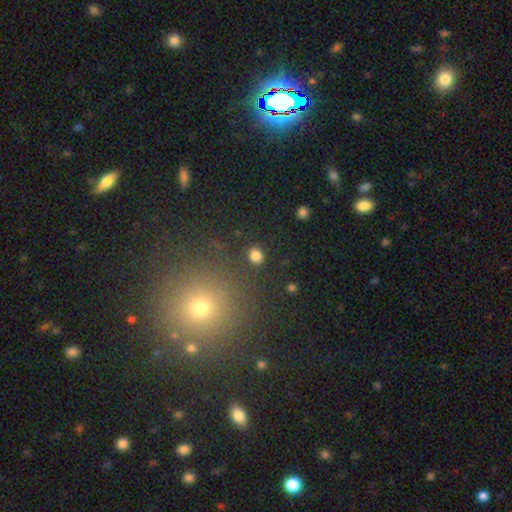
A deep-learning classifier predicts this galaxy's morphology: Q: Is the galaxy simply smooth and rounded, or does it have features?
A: smooth — 82%.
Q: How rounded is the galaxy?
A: round — 83%.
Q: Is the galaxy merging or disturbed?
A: none — 89%.